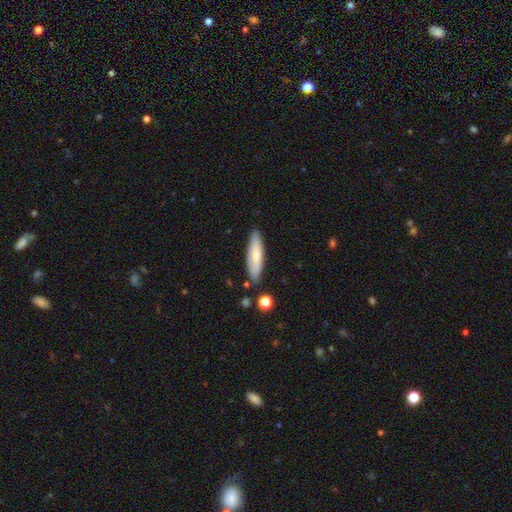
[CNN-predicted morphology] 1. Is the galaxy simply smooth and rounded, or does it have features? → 70% smooth, 24% featured or disk, 6% star or artifact.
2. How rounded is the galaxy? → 65% cigar-shaped, 33% in between, 1% round.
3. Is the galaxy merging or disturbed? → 82% none, 13% minor disturbance, 3% merger, 2% major disturbance.